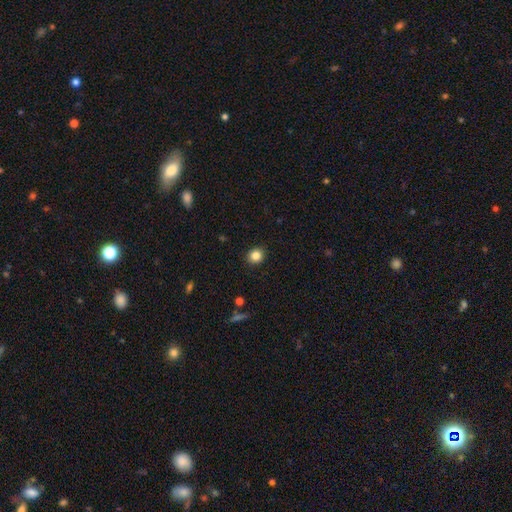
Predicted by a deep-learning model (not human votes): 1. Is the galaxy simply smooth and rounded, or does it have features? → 84% smooth, 11% star or artifact, 5% featured or disk.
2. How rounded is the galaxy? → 86% round, 13% in between, 1% cigar-shaped.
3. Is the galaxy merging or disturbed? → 91% none, 6% minor disturbance, 2% major disturbance, 1% merger.